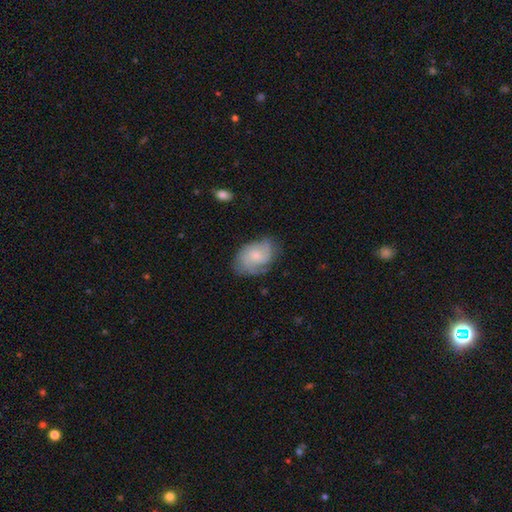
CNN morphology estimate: type=featured or disk (58%); edge-on=no (97%); bar=no (70%); spiral arms=yes (89%); winding=medium (42%, tied with tight); arm count=2 (47%); bulge=small (54%); merging=none (67%).